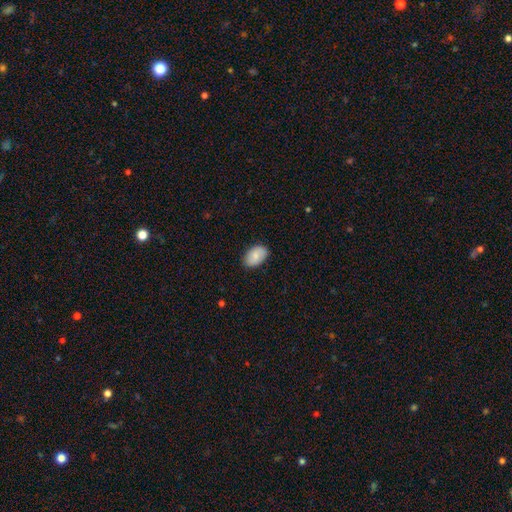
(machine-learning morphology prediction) The model was most divided on "smooth or featured": smooth: 79%, featured or disk: 14%, star or artifact: 7%. More confident: how rounded — in between (90%); merging — none (82%).